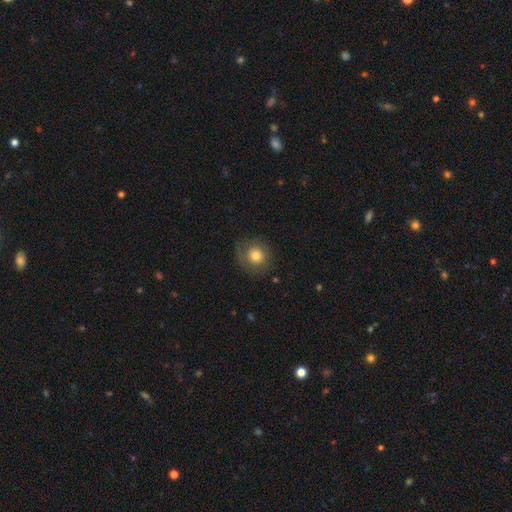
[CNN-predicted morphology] Q: Smooth or featured?
A: smooth (71%); runner-up: featured or disk (19%)
Q: How rounded?
A: round (89%); runner-up: in between (10%)
Q: Merging?
A: none (72%); runner-up: minor disturbance (17%)